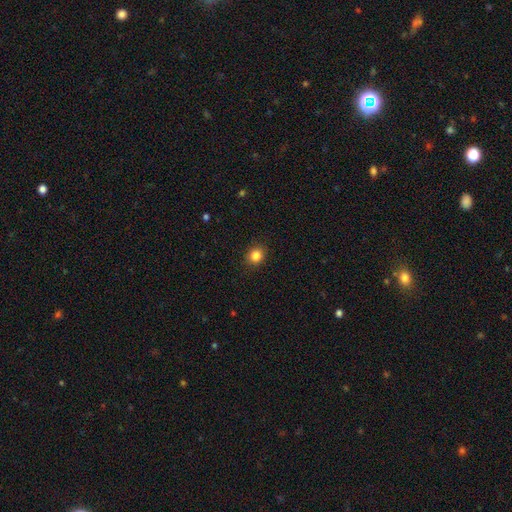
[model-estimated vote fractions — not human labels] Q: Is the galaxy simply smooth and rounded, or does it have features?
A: smooth — 84%.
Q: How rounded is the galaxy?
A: round — 74%.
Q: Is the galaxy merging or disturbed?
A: none — 89%.